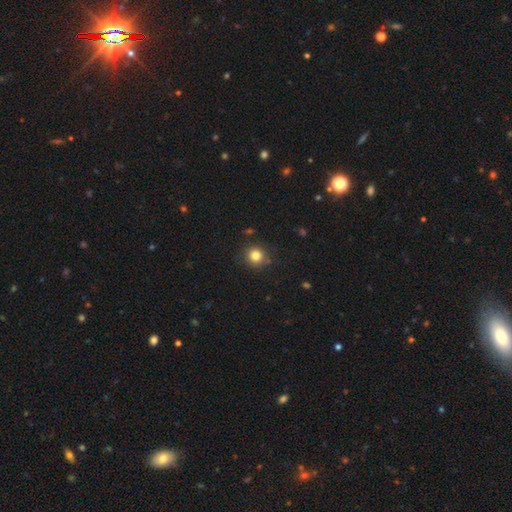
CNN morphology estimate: Smooth or featured? Predicted: smooth (p=0.82). How rounded? Predicted: round (p=0.91). Merging? Predicted: none (p=0.86).